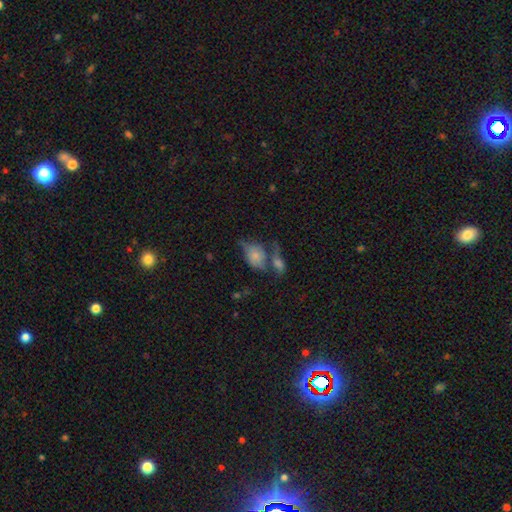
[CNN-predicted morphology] Smooth or featured: smooth — 65% (featured or disk — 26%)
How rounded: in between — 72% (round — 25%)
Merging: merger — 43% (none — 24%)